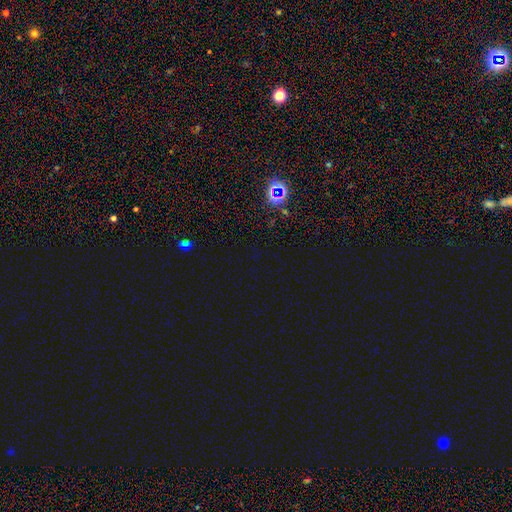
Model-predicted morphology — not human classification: smooth-or-featured: star or artifact: 77% | smooth: 16% | featured or disk: 7%